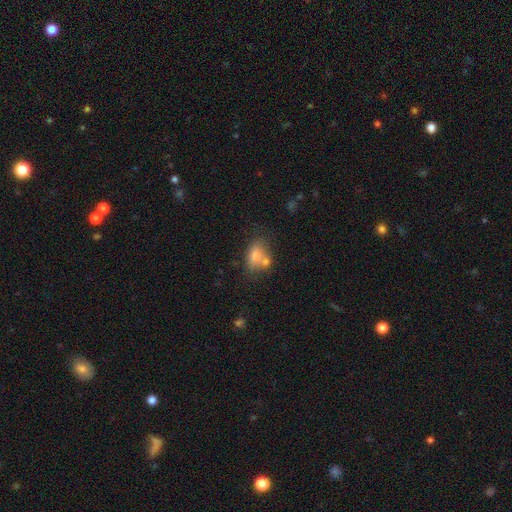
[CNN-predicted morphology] Q: Smooth or featured?
A: smooth (73%); runner-up: featured or disk (16%)
Q: How rounded?
A: in between (76%); runner-up: round (21%)
Q: Merging?
A: none (48%); runner-up: merger (31%)